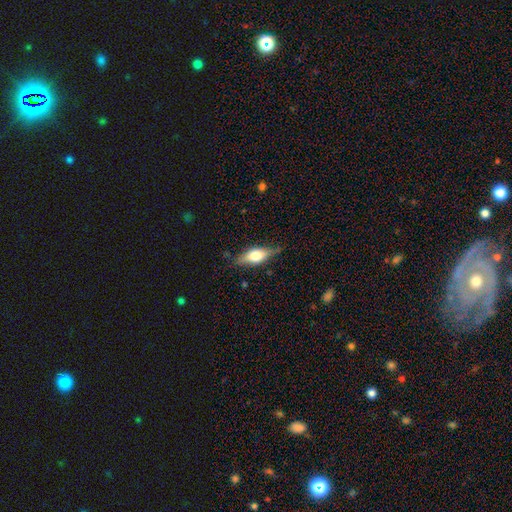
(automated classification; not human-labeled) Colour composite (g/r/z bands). It shows a smooth galaxy with no disk features (50%). Merging: none (75%).